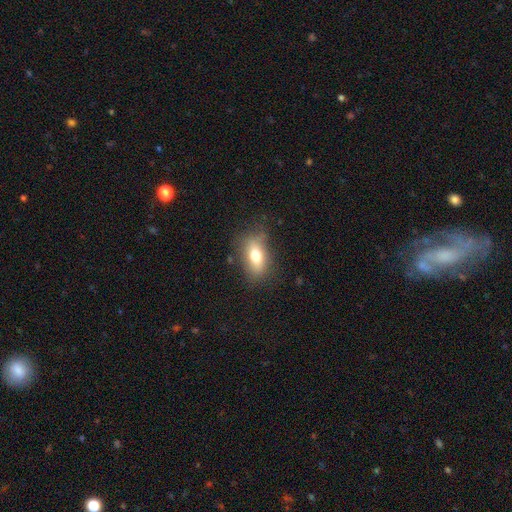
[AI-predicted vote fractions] This is likely a smooth galaxy (70%). How rounded: clearly in between (82%). Merging: likely none (73%).